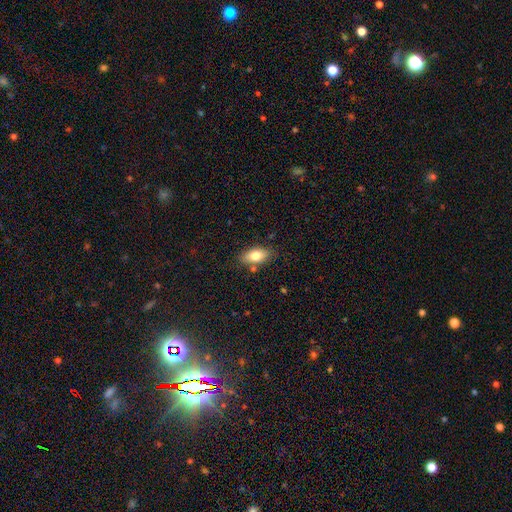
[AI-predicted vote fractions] Overall: smooth (77%). How rounded: in between (88%). Merging: none (81%).